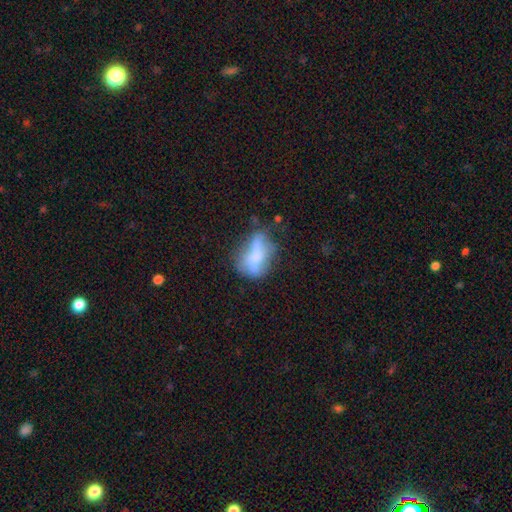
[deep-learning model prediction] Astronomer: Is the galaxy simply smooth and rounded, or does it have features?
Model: smooth — 50% (runner-up: featured or disk, 39%).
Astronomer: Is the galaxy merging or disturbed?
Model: none — 37% (runner-up: minor disturbance, 27%).